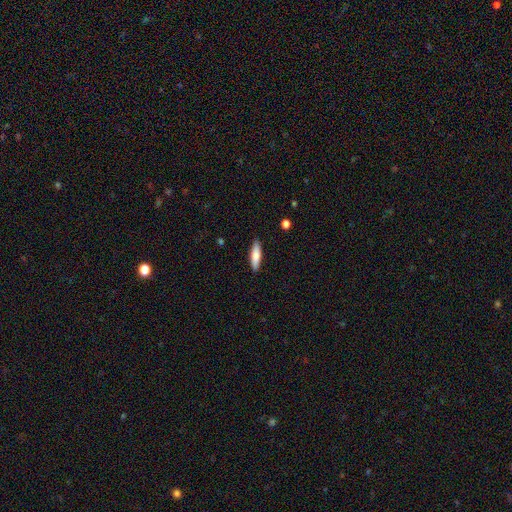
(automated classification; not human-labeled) The model was most divided on "how rounded": cigar-shaped: 67%, in between: 32%, round: 2%. More confident: merging — none (89%); smooth or featured — smooth (78%).